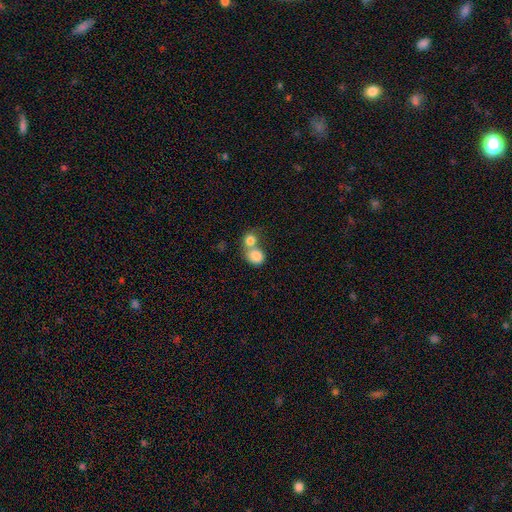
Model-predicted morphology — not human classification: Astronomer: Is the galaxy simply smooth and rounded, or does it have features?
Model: smooth — 83%.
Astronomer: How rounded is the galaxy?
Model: round — 69%.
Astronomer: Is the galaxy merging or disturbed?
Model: merger — 61%.